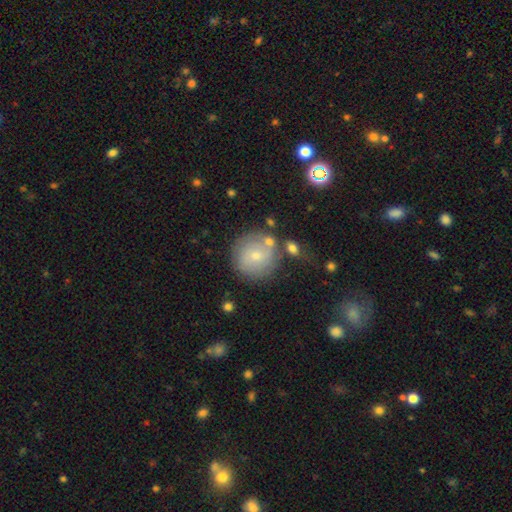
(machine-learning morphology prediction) This appears to be a smooth galaxy with no disk features (61%) that is round (93%). Merging: none (70%).